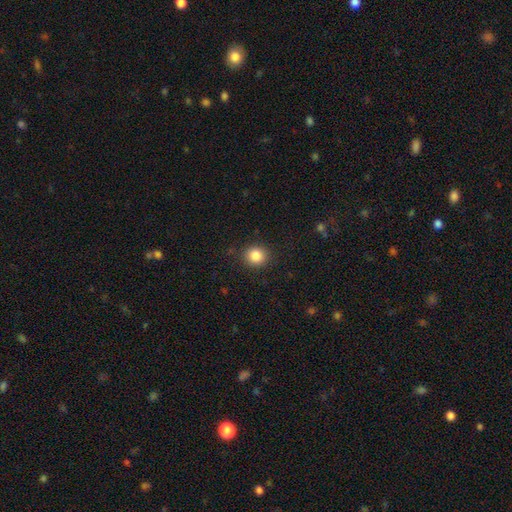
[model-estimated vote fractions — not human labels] Overall: smooth (85%). How rounded: round (85%). Merging: none (89%).